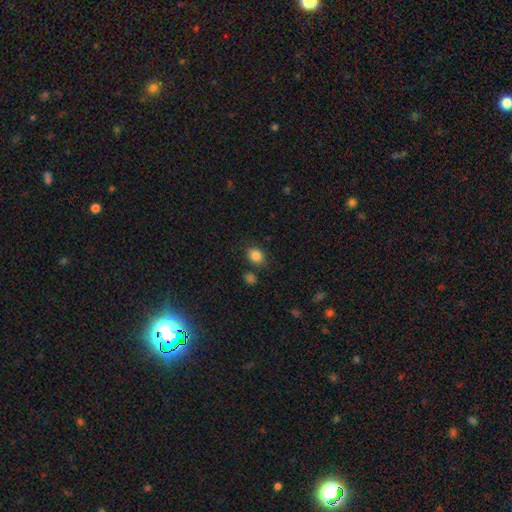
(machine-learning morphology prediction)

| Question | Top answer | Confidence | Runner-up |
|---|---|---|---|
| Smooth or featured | smooth | 85% | star or artifact (10%) |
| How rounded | round | 54% | in between (45%) |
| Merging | none | 78% | minor disturbance (12%) |